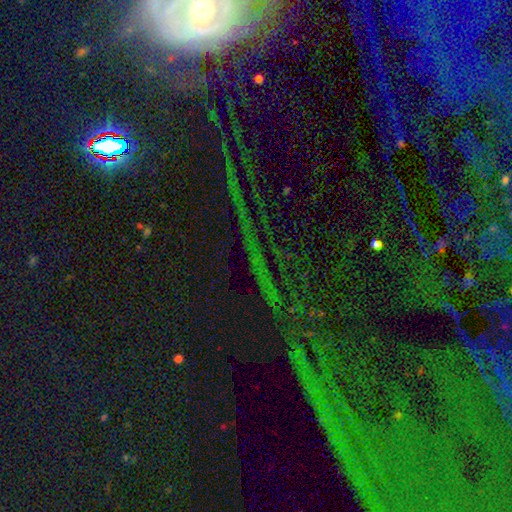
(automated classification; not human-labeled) Overall: star or artifact (81%).